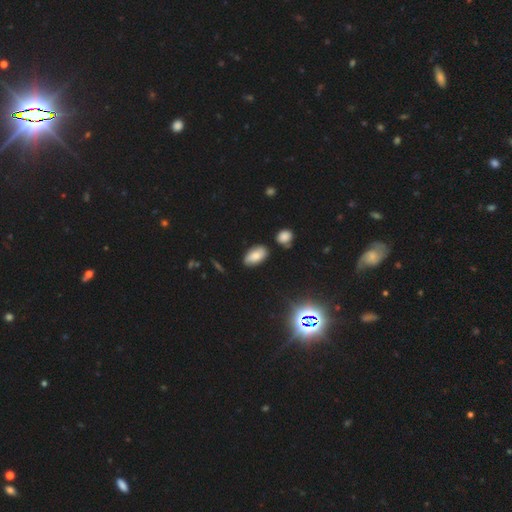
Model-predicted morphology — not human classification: smooth 73%, featured or disk 14%, star or artifact 13%. Down the decision tree: how rounded — in between (92%); merging — none (78%).